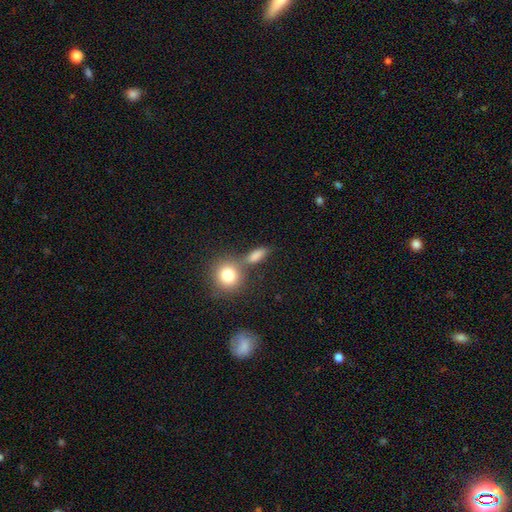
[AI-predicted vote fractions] A smooth galaxy with no disk features (79%) that is in between round and cigar-shaped (54%).

Vote fractions:
- Smooth or featured? smooth: 79% / star or artifact: 11% / featured or disk: 9%
- How rounded? in between: 54% / round: 26% / cigar-shaped: 20%
- Merging? none: 58% / merger: 24% / minor disturbance: 13% / major disturbance: 6%